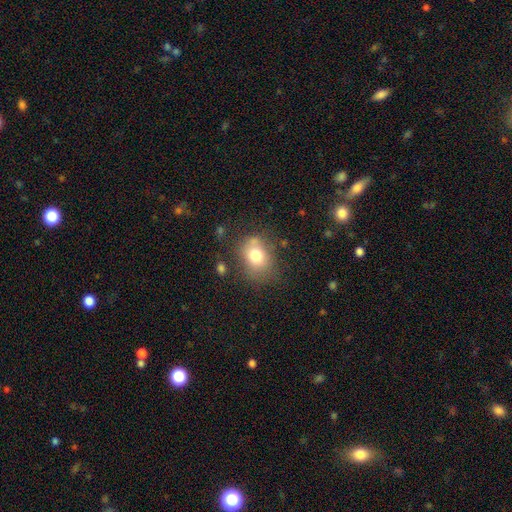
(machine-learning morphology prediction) Overall: smooth (75%). How rounded: round (52%; in between 47%). Merging: none (64%).